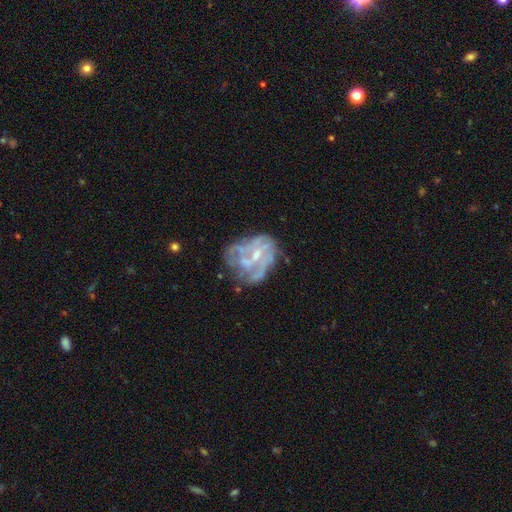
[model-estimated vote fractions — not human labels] smooth-or-featured: featured or disk: 75% | smooth: 16% | star or artifact: 10%
  disk-edge-on: no: 98% | yes: 2%
    bar: no: 61% | weak: 32% | strong: 7%
    has-spiral-arms: no: 51% | yes: 49%
    bulge-size: small: 53% | moderate: 32% | none: 12% | large: 2% | dominant: 1%
  merging: none: 46% | major disturbance: 25% | minor disturbance: 23% | merger: 7%